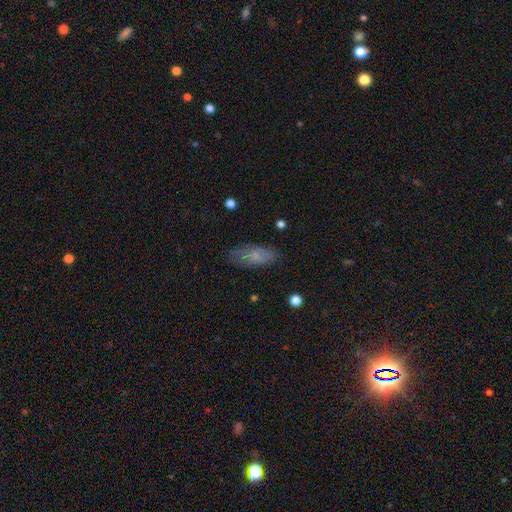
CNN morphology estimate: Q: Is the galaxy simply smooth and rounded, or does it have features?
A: smooth — 72%.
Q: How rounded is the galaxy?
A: in between — 80%.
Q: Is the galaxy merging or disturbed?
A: none — 78%.